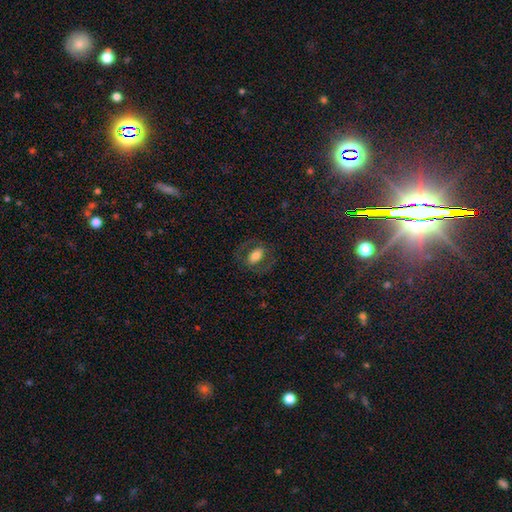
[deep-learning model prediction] A smooth galaxy with no disk features (56%) that is in between round and cigar-shaped (83%).

Vote fractions:
- Smooth or featured? smooth: 56% / featured or disk: 35% / star or artifact: 10%
- How rounded? in between: 83% / round: 14% / cigar-shaped: 3%
- Merging? none: 73% / minor disturbance: 14% / major disturbance: 12% / merger: 1%